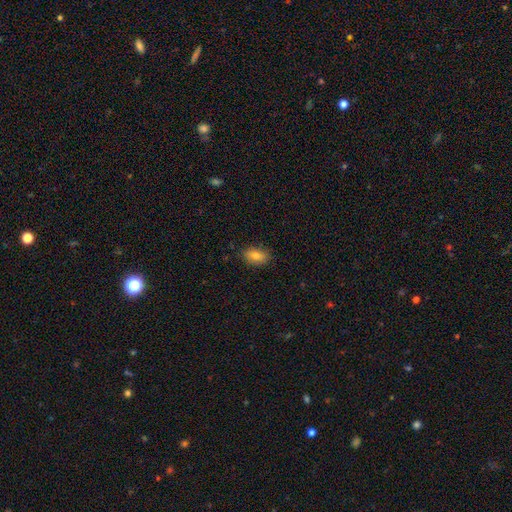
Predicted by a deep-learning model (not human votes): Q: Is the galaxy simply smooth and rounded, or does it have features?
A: smooth — 79%.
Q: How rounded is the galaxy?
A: in between — 86%.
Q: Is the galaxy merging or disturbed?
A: none — 85%.